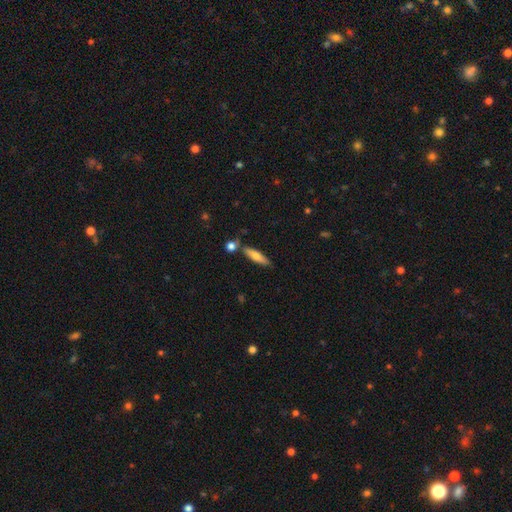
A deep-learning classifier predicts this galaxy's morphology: This appears to be a smooth galaxy with no disk features (68%) that is cigar-shaped (73%). Merging: none (74%).